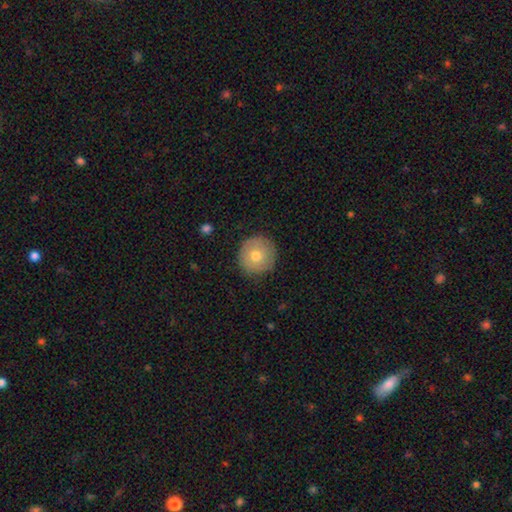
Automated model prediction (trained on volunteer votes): Smooth or featured?
  - smooth: 72% *
  - featured or disk: 20%
  - star or artifact: 8%
How rounded?
  - round: 95% *
  - in between: 4%
  - cigar-shaped: 1%
Merging?
  - none: 88% *
  - minor disturbance: 9%
  - major disturbance: 2%
  - merger: 1%